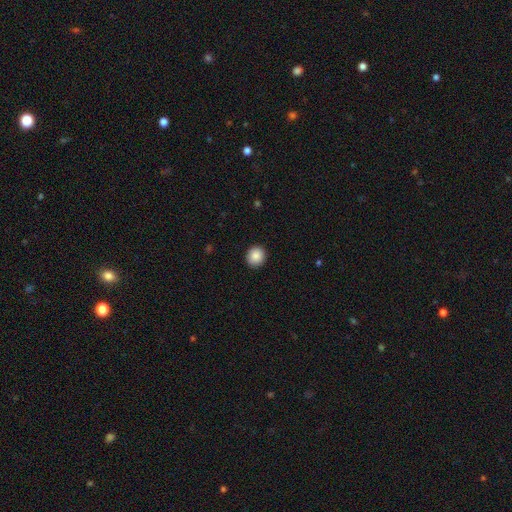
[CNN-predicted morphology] Smooth or featured? Predicted: smooth (p=0.88). How rounded? Predicted: round (p=0.84). Merging? Predicted: none (p=0.91).